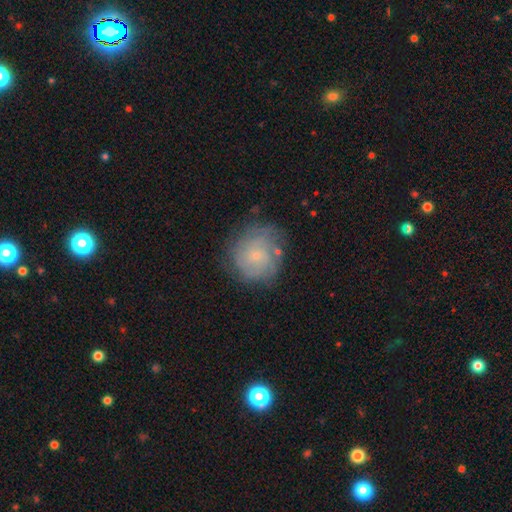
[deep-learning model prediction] Overall: featured or disk (59%; smooth 32%). Edge-on disk: no (98%). Bar: no (78%). Spiral arms: yes (83%). Bulge size: small (80%). Merging: none (70%).